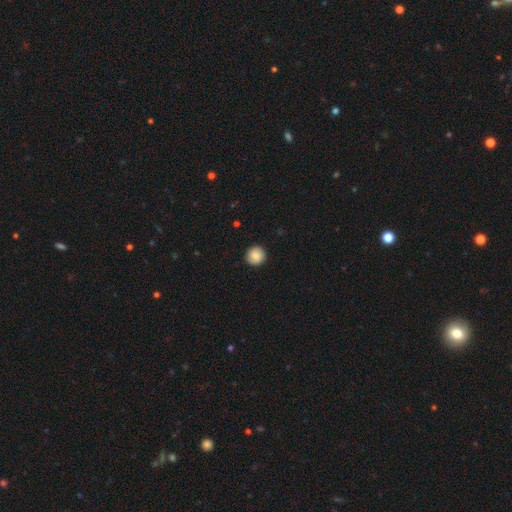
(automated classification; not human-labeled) Smooth or featured? smooth (80%)
How rounded? round (94%)
Merging? none (90%)